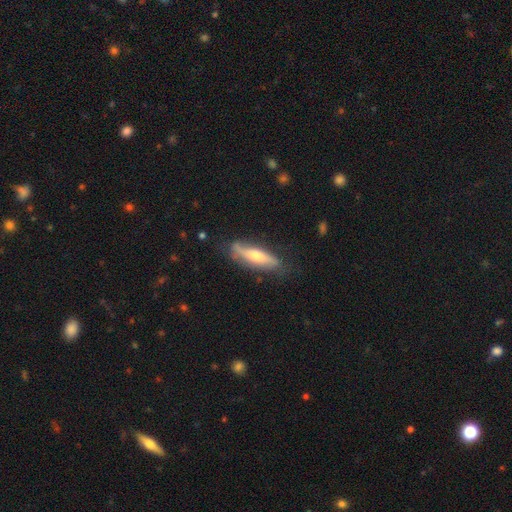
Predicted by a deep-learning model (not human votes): A featured or disk galaxy (53%) viewed edge-on (59%). Merging: none (72%).